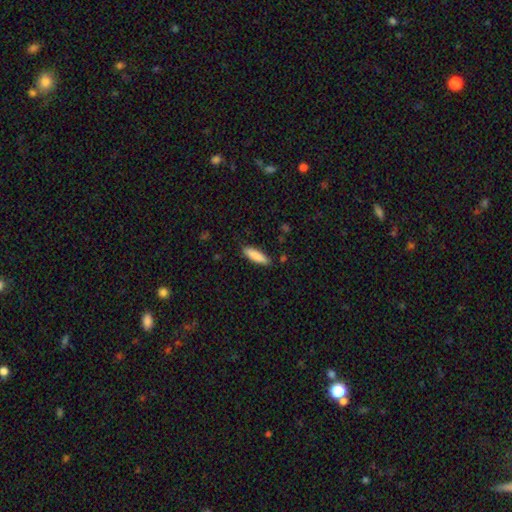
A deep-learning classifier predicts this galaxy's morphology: A smooth galaxy with no disk features (86%) that is cigar-shaped (60%). Merging: none (87%).